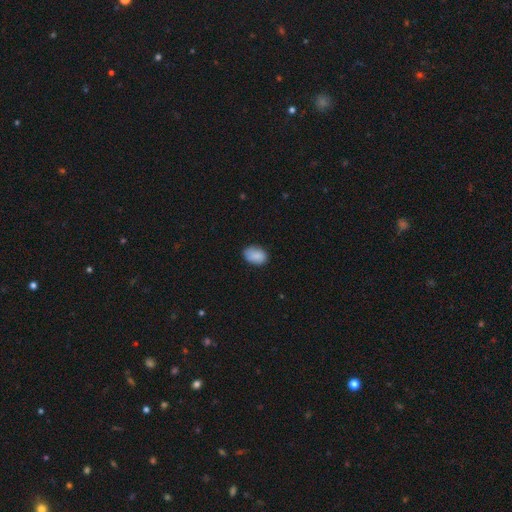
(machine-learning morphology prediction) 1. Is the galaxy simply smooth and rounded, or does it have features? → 88% smooth, 7% star or artifact, 5% featured or disk.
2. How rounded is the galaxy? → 85% in between, 14% round, 1% cigar-shaped.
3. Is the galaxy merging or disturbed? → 82% none, 15% minor disturbance, 3% major disturbance, 1% merger.